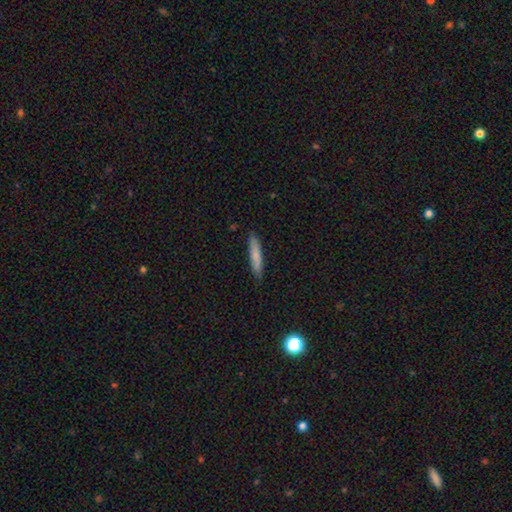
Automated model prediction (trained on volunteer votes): smooth-or-featured: smooth: 76% | featured or disk: 18% | star or artifact: 6%
  how-rounded: cigar-shaped: 91% | in between: 8% | round: 1%
  merging: none: 88% | minor disturbance: 9% | major disturbance: 2% | merger: 1%